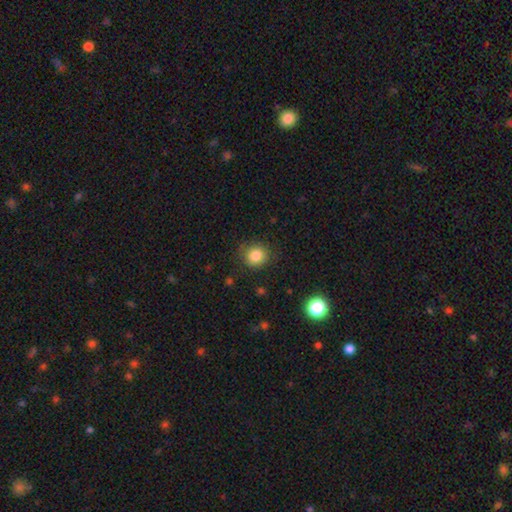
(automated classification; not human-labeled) smooth 84%, star or artifact 11%, featured or disk 5%. Down the decision tree: how rounded — round (88%); merging — none (85%).